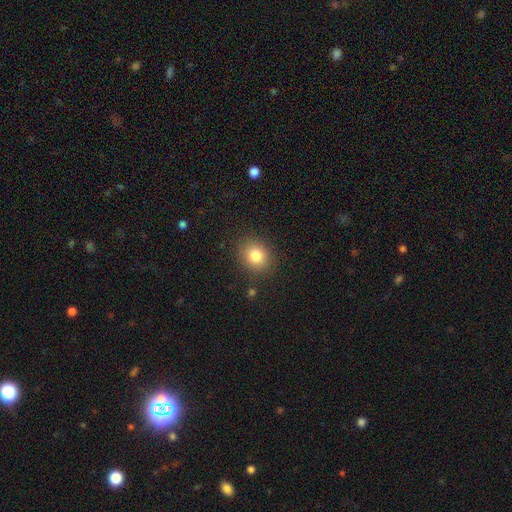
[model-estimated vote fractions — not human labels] A smooth galaxy with no disk features (82%) that is round (71%). Merging: none (87%).